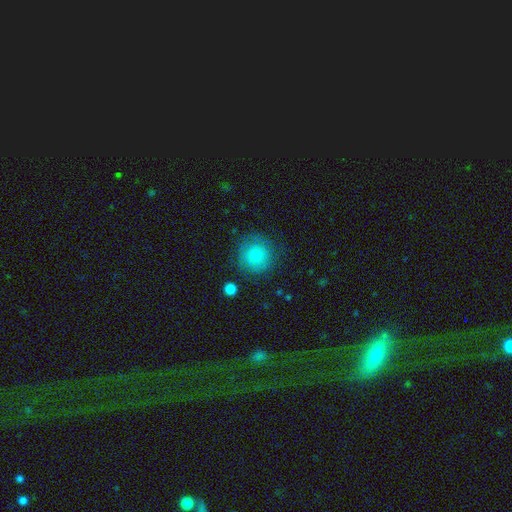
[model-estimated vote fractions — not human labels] A smooth galaxy with no disk features (79%) that is round (92%).

Vote fractions:
- Smooth or featured? smooth: 79% / featured or disk: 13% / star or artifact: 8%
- How rounded? round: 92% / in between: 7% / cigar-shaped: 1%
- Merging? none: 74% / minor disturbance: 17% / major disturbance: 8% / merger: 2%